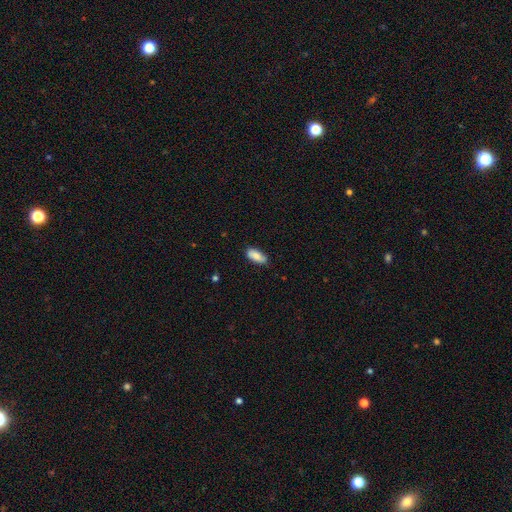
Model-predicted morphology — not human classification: This is clearly a smooth galaxy (84%). How rounded: clearly in between (86%). Merging: likely none (79%).